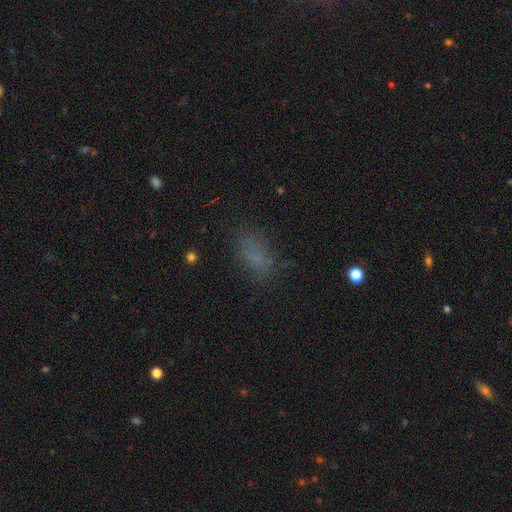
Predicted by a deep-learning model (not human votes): smooth-or-featured: smooth: 71% | star or artifact: 19% | featured or disk: 10%
  how-rounded: in between: 84% | round: 11% | cigar-shaped: 5%
  merging: none: 69% | minor disturbance: 19% | major disturbance: 11% | merger: 2%